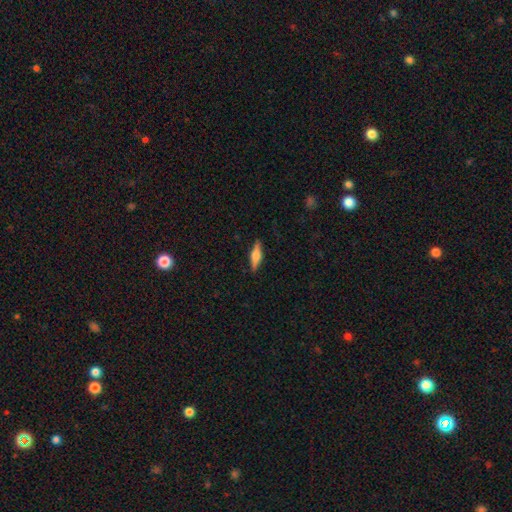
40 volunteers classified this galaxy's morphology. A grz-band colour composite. It shows a featured or disk galaxy (68%) viewed edge-on (100%) with a rounded central bulge (96%). Merging: none (85%).